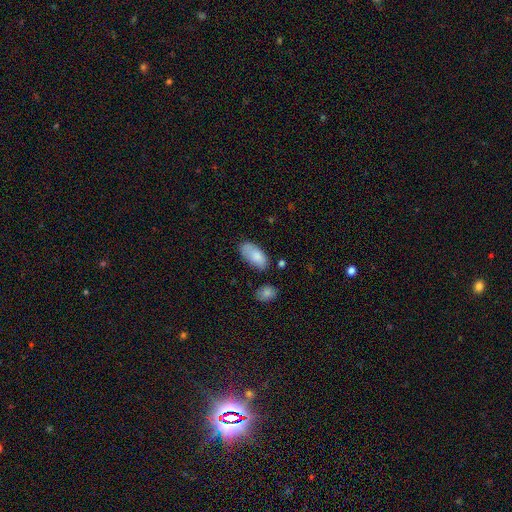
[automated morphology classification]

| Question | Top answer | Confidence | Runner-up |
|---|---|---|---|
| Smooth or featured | smooth | 82% | featured or disk (11%) |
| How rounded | in between | 93% | cigar-shaped (5%) |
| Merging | none | 64% | minor disturbance (25%) |